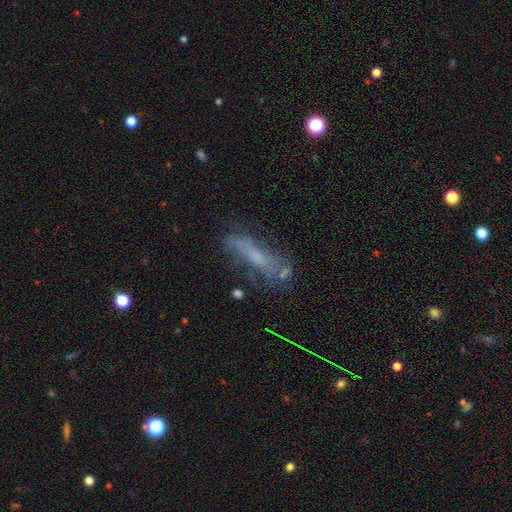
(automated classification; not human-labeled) Morphology: type=featured or disk (49%); merging=none (52%).